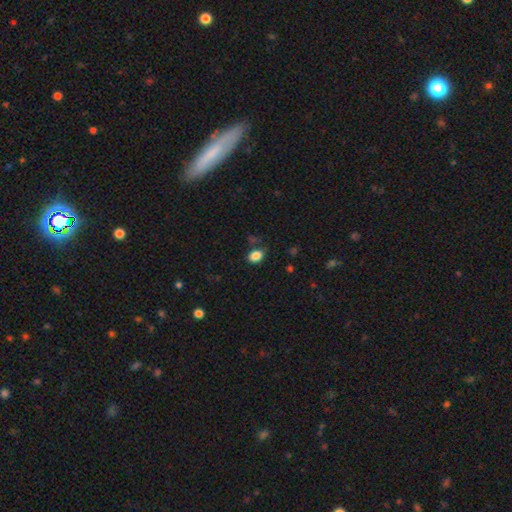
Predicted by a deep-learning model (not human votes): Smooth or featured? smooth (86%)
How rounded? in between (76%)
Merging? none (78%)